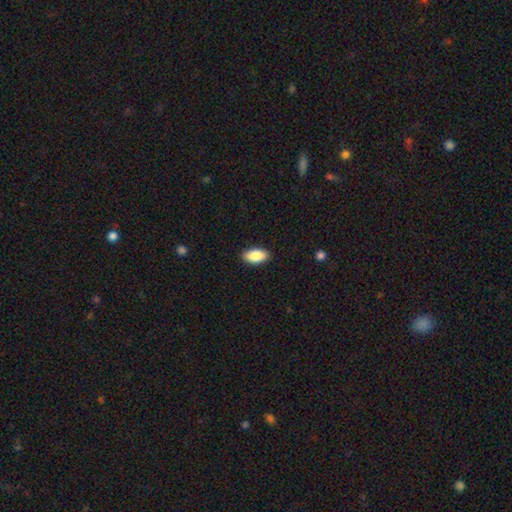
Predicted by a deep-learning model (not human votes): This appears to be a smooth galaxy with no disk features (88%) that is in between round and cigar-shaped (93%). Merging: none (89%).